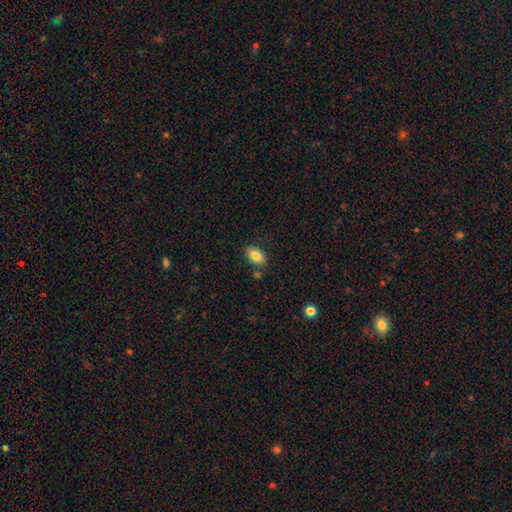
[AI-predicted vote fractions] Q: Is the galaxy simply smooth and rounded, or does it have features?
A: smooth — 83%.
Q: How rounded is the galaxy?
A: in between — 90%.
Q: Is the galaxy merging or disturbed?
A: none — 81%.